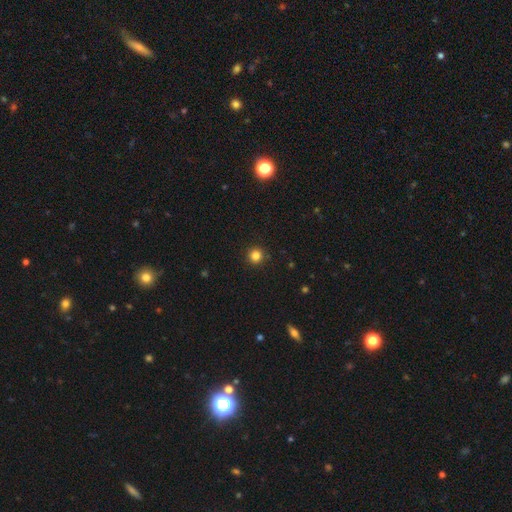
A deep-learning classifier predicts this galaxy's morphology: Overall: smooth (83%). How rounded: round (95%). Merging: none (92%).